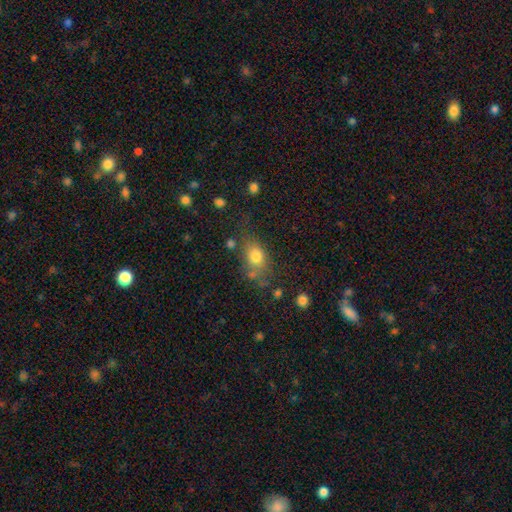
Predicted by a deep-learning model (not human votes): Smooth or featured? smooth (76%)
How rounded? in between (66%)
Merging? none (58%)